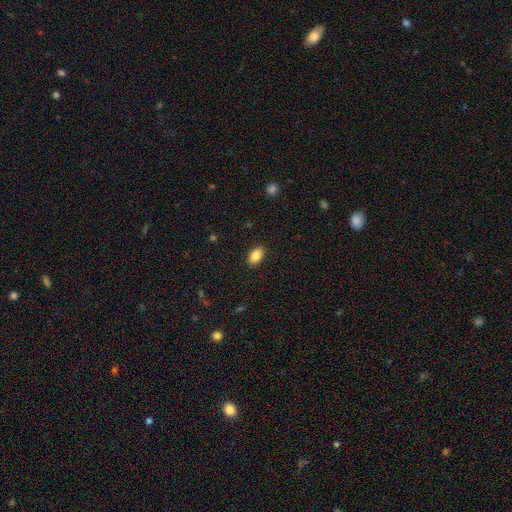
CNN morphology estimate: smooth-or-featured: smooth: 86% | star or artifact: 8% | featured or disk: 6%
  how-rounded: in between: 89% | round: 10% | cigar-shaped: 1%
  merging: none: 89% | minor disturbance: 8% | major disturbance: 2% | merger: 1%